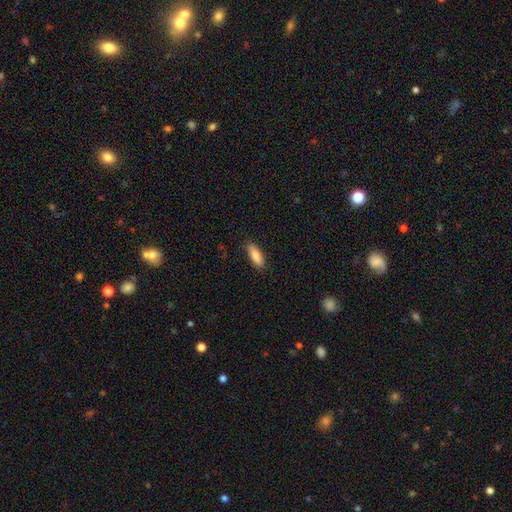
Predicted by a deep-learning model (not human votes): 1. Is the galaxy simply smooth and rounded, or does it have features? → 84% smooth, 9% featured or disk, 6% star or artifact.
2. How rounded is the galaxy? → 60% in between, 38% cigar-shaped, 2% round.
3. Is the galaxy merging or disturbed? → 81% none, 15% minor disturbance, 3% major disturbance, 1% merger.